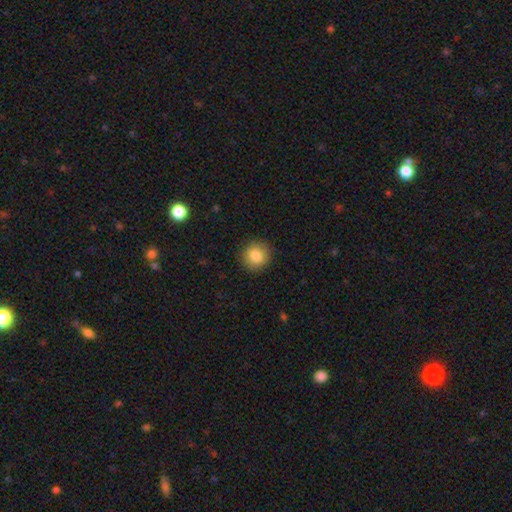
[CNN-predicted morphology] Q: Smooth or featured?
A: smooth (83%); runner-up: star or artifact (9%)
Q: How rounded?
A: round (87%); runner-up: in between (12%)
Q: Merging?
A: none (90%); runner-up: minor disturbance (7%)